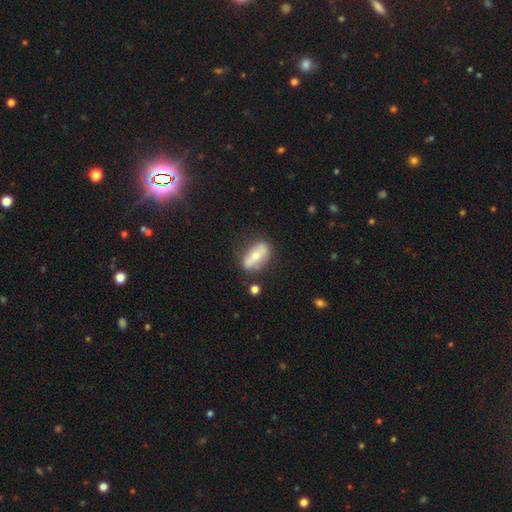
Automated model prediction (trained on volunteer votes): Smooth or featured: smooth — 50% (featured or disk — 43%)
Merging: none — 71% (minor disturbance — 18%)